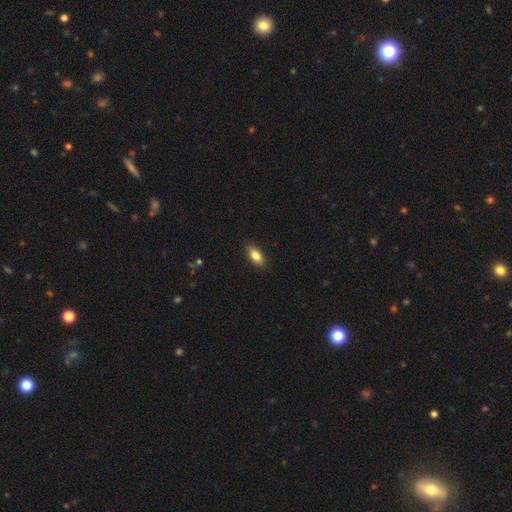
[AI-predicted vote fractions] The model was most divided on "smooth or featured": smooth: 83%, featured or disk: 10%, star or artifact: 7%. More confident: merging — none (88%); how rounded — in between (88%).